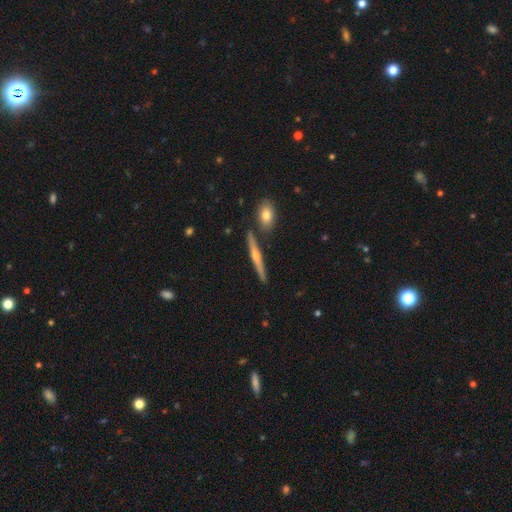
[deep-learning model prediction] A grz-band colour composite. It shows a featured or disk galaxy (75%) viewed edge-on (98%) with a rounded central bulge (83%). Merging: none (85%).